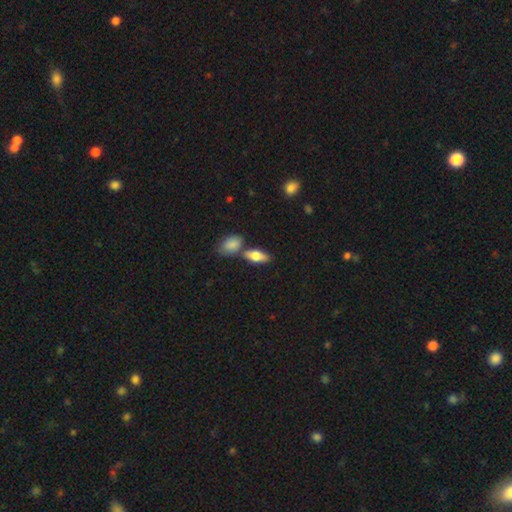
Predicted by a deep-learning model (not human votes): A smooth galaxy with no disk features (69%) that is in between round and cigar-shaped (78%). Merging: none (63%).